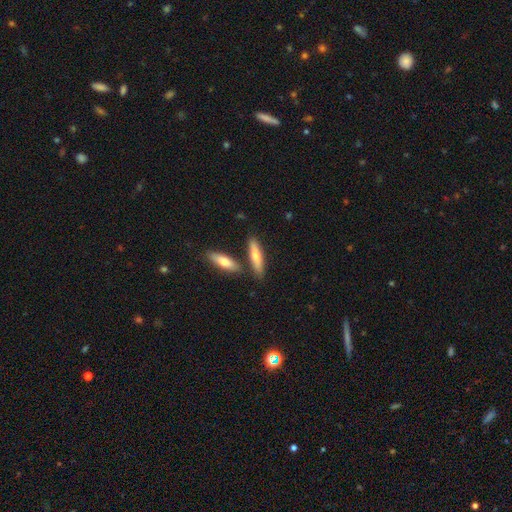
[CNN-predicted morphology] Overall: smooth (69%). How rounded: cigar-shaped (73%). Merging: none (72%).